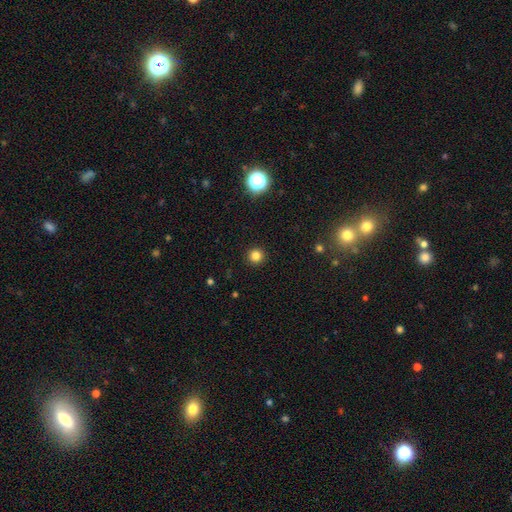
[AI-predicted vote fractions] smooth 82%, star or artifact 14%, featured or disk 4%. Down the decision tree: how rounded — round (95%); merging — none (93%).